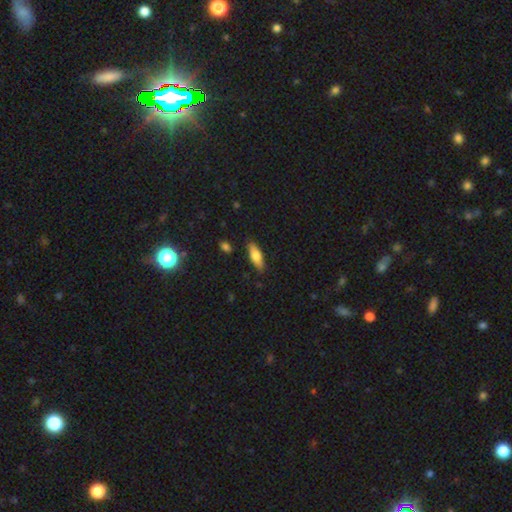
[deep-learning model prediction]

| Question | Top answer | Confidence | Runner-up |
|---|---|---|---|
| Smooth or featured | smooth | 74% | featured or disk (19%) |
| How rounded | in between | 65% | cigar-shaped (33%) |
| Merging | none | 84% | minor disturbance (12%) |